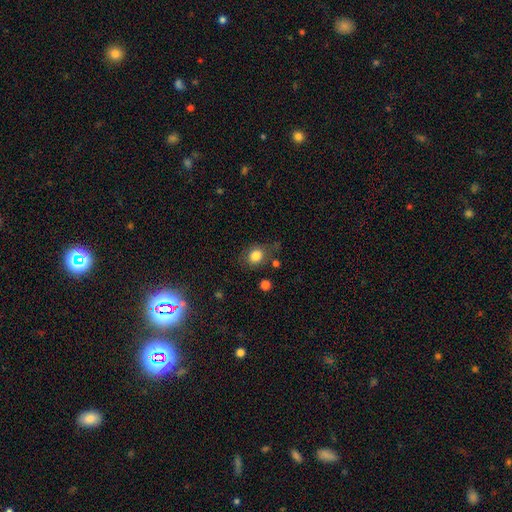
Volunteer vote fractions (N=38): Volunteers were most divided on "how rounded": round: 55%, in between: 45%, cigar-shaped: 0%. More confident: smooth or featured — smooth (76%); merging — none (54%).